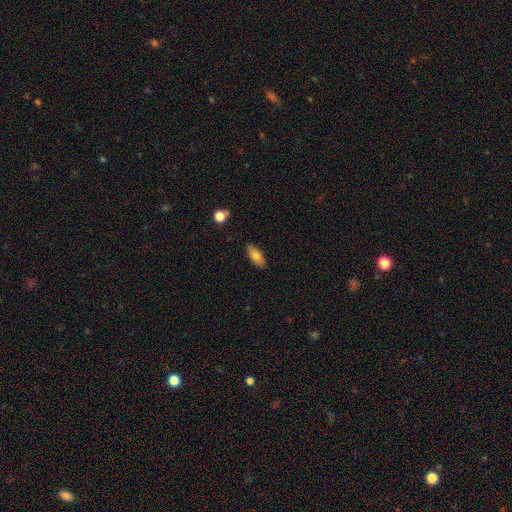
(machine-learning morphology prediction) type=smooth (75%); roundness=in between (81%); merging=none (85%).